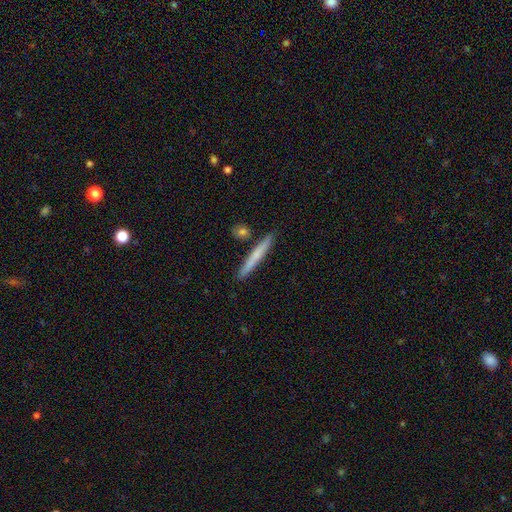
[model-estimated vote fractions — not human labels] smooth-or-featured: smooth: 61% | featured or disk: 34% | star or artifact: 6%
  how-rounded: cigar-shaped: 96% | in between: 3% | round: 2%
  merging: none: 86% | minor disturbance: 8% | merger: 4% | major disturbance: 2%